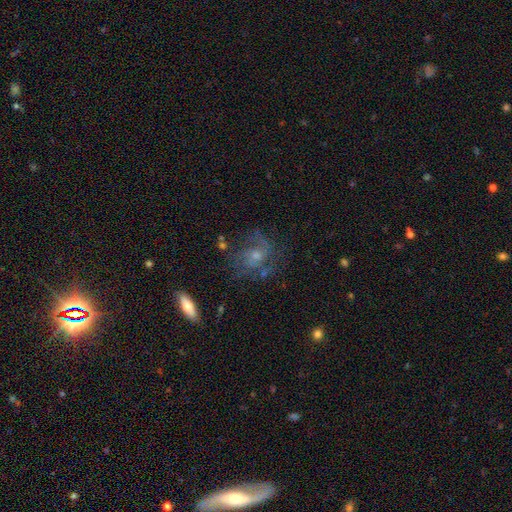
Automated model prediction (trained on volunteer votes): This is likely a featured or disk galaxy (70%). It is clearly not viewed edge-on (96%). Bar: likely no (68%). Spiral arm pattern: clearly yes (85%). Spiral arm count: marginally 2 (41%). Spiral winding: possibly medium (47%). Central bulge: possibly small (50%). Merging: likely none (64%).